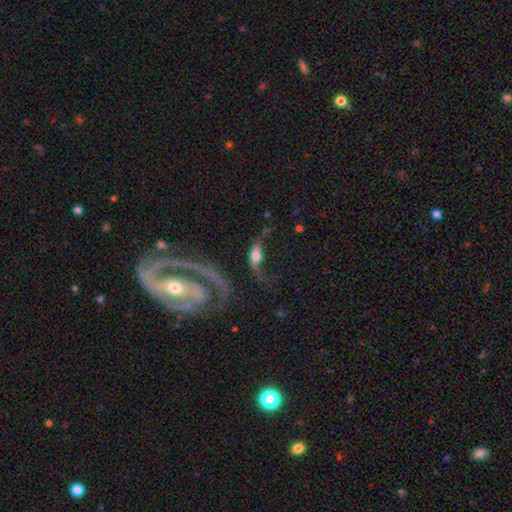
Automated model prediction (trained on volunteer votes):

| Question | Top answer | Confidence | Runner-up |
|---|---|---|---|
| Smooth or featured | smooth | 52% | featured or disk (39%) |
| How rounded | in between | 76% | cigar-shaped (16%) |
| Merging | major disturbance | 40% | none (30%) |